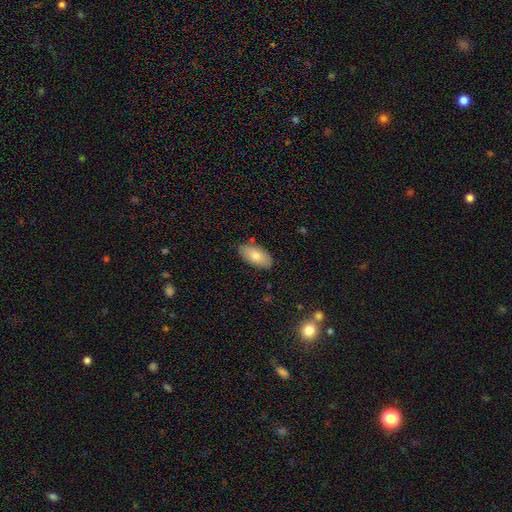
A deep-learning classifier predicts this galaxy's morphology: Smooth or featured: smooth — 77% (featured or disk — 17%)
How rounded: in between — 94% (cigar-shaped — 4%)
Merging: none — 85% (minor disturbance — 11%)